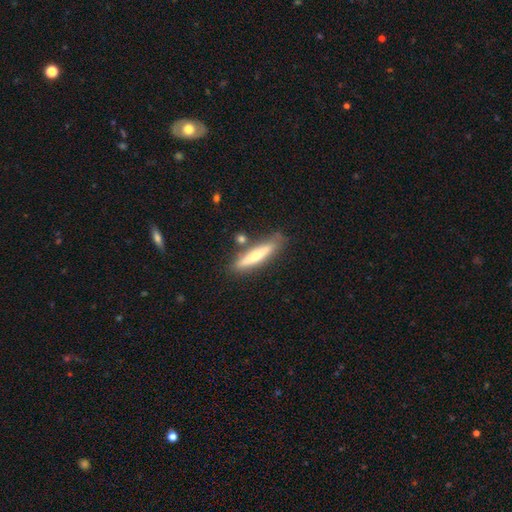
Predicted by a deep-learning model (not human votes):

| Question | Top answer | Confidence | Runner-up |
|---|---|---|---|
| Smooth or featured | smooth | 55% | featured or disk (39%) |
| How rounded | cigar-shaped | 88% | in between (10%) |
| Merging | none | 77% | minor disturbance (14%) |